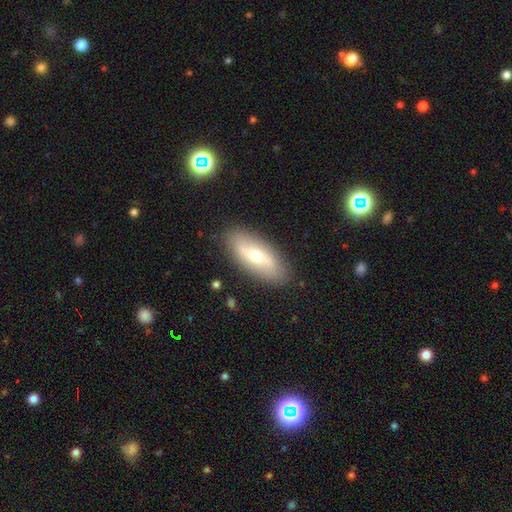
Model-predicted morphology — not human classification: Smooth or featured?
  - featured or disk: 50% *
  - smooth: 42%
  - star or artifact: 8%
Edge-on disk?
  - no: 75% *
  - yes: 25%
Merging?
  - none: 88% *
  - minor disturbance: 9%
  - major disturbance: 2%
  - merger: 1%